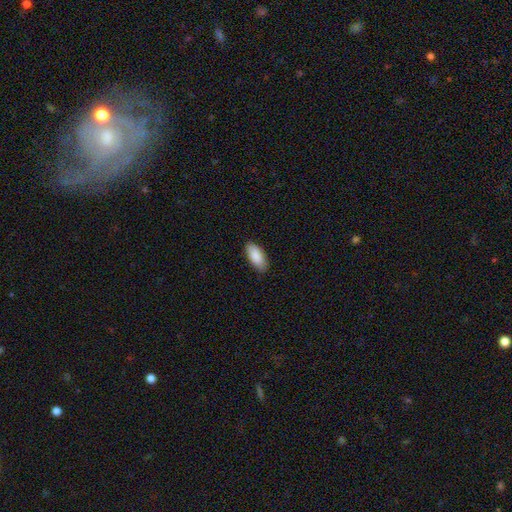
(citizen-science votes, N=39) Q: Smooth or featured?
A: smooth (90%); runner-up: star or artifact (8%)
Q: How rounded?
A: in between (100%)
Q: Merging?
A: none (72%); runner-up: minor disturbance (28%)